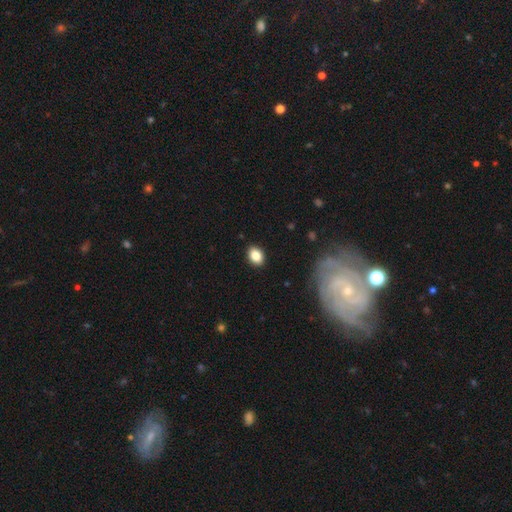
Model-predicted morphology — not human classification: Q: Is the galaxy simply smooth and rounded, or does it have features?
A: smooth — 84%.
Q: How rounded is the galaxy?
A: in between — 74%.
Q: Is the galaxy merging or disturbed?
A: none — 89%.